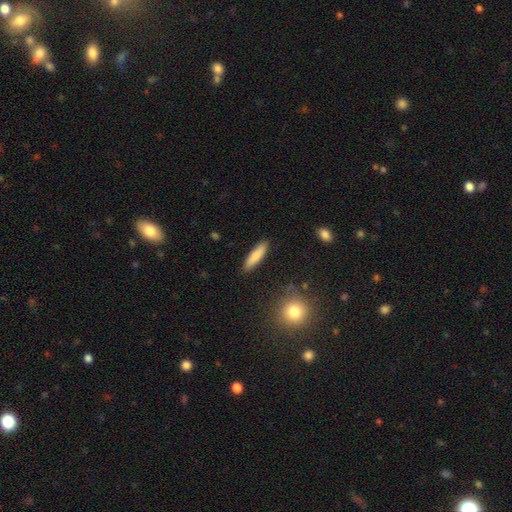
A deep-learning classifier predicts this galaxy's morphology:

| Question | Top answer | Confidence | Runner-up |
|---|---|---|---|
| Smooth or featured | smooth | 83% | featured or disk (11%) |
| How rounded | cigar-shaped | 76% | in between (23%) |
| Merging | none | 89% | minor disturbance (8%) |